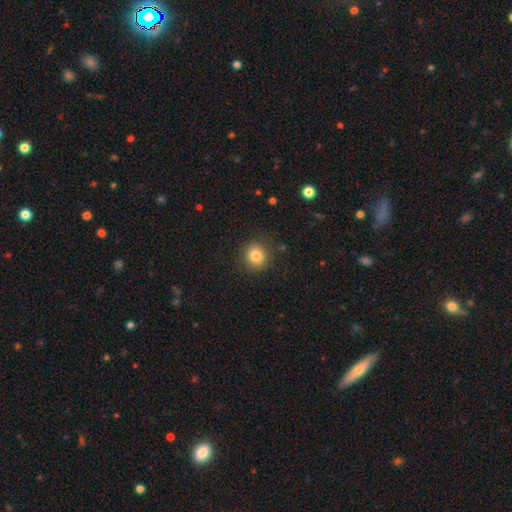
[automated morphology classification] A smooth galaxy with no disk features (83%) that is round (87%).

Vote fractions:
- Smooth or featured? smooth: 83% / star or artifact: 11% / featured or disk: 6%
- How rounded? round: 87% / in between: 12% / cigar-shaped: 1%
- Merging? none: 87% / minor disturbance: 9% / major disturbance: 3% / merger: 1%